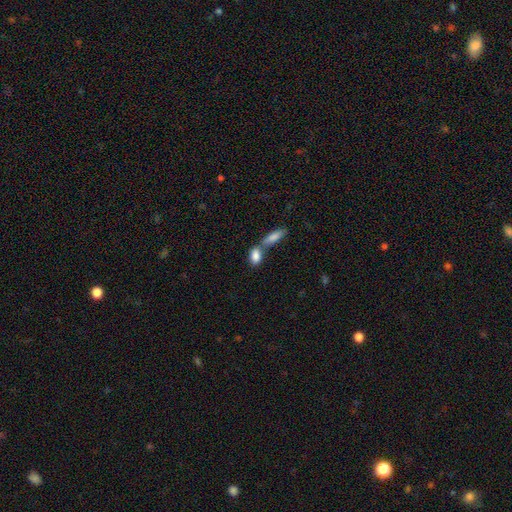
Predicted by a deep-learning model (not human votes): Q: Smooth or featured?
A: smooth (84%); runner-up: featured or disk (9%)
Q: How rounded?
A: in between (85%); runner-up: cigar-shaped (8%)
Q: Merging?
A: merger (52%); runner-up: none (36%)